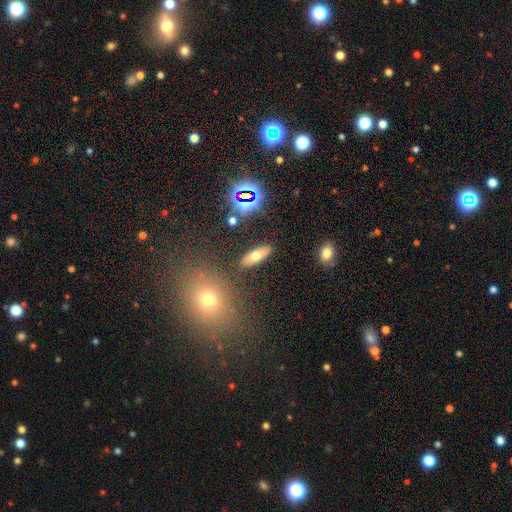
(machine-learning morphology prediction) This appears to be a smooth galaxy with no disk features (63%) that is in between round and cigar-shaped (69%). Merging: none (87%).